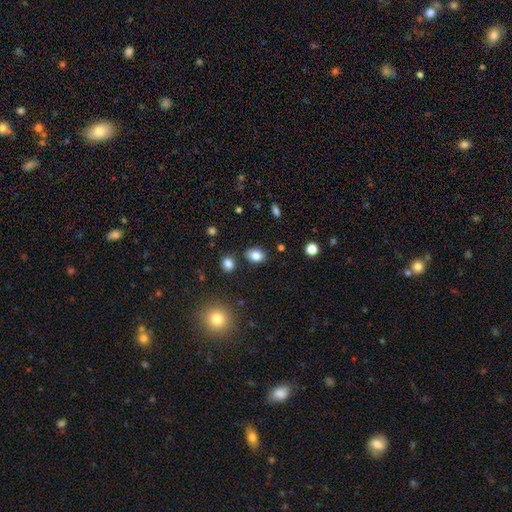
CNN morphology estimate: smooth_or_featured: smooth (p=0.83) [alt: star or artifact p=0.10]
how_rounded: in between (p=0.70) [alt: round p=0.28]
merging: none (p=0.83) [alt: minor disturbance p=0.10]